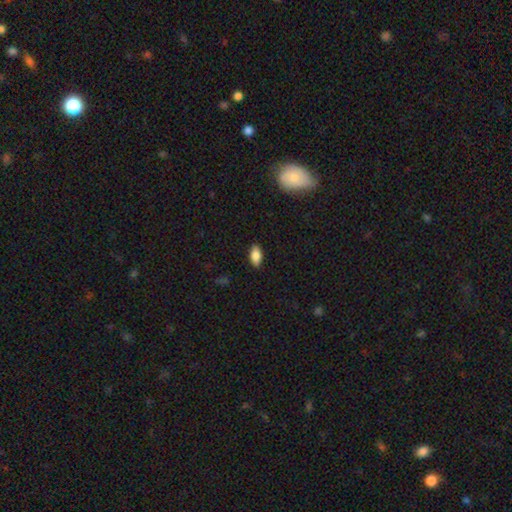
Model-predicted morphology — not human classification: Q: Smooth or featured?
A: smooth (85%); runner-up: featured or disk (8%)
Q: How rounded?
A: in between (90%); runner-up: cigar-shaped (7%)
Q: Merging?
A: none (88%); runner-up: minor disturbance (9%)